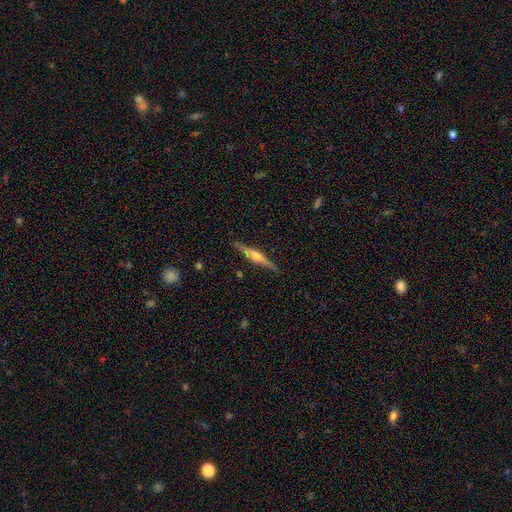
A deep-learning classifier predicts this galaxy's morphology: A featured or disk galaxy (79%) viewed edge-on (98%) with a rounded central bulge (87%).

Vote fractions:
- Smooth or featured? featured or disk: 79% / smooth: 16% / star or artifact: 6%
- Edge-on disk? yes: 98% / no: 2%
- Edge-on bulge? rounded: 87% / boxy: 8% / none: 5%
- Merging? none: 90% / minor disturbance: 7% / major disturbance: 1% / merger: 1%